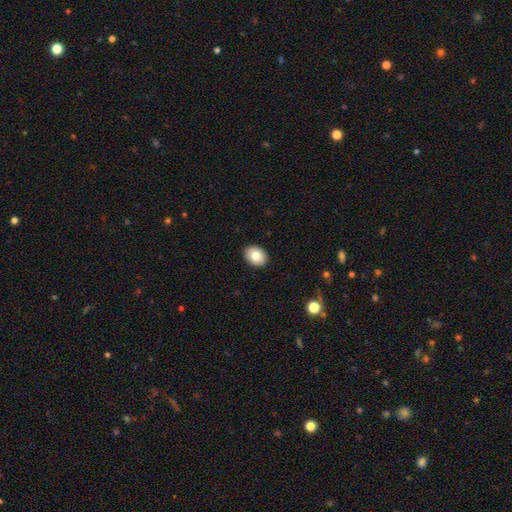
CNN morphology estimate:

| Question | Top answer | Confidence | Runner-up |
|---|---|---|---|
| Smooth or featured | smooth | 81% | featured or disk (11%) |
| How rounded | in between | 64% | round (35%) |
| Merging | none | 91% | minor disturbance (6%) |